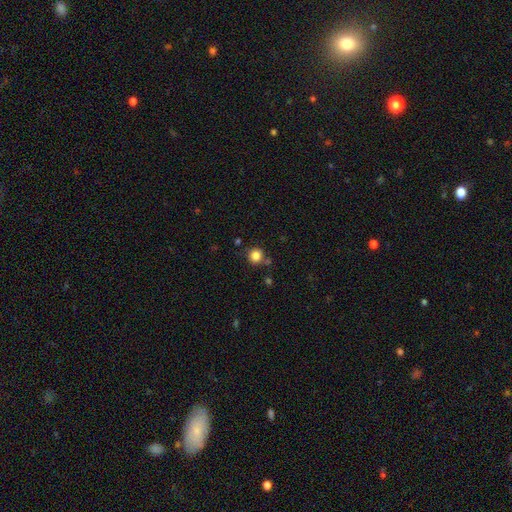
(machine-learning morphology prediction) smooth-or-featured: smooth: 83% | star or artifact: 12% | featured or disk: 5%
  how-rounded: round: 90% | in between: 9% | cigar-shaped: 1%
  merging: none: 77% | minor disturbance: 12% | merger: 7% | major disturbance: 4%